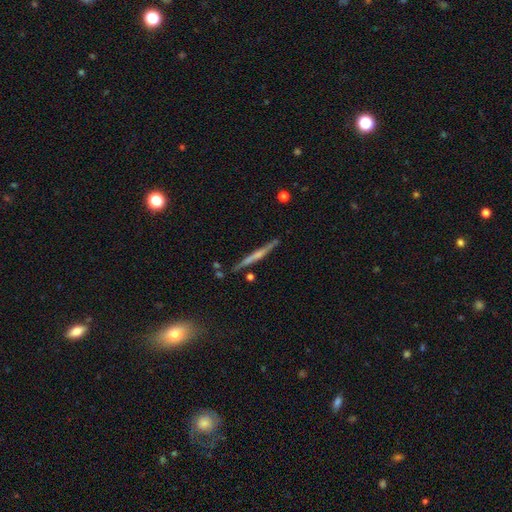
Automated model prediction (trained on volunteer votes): This appears to be a featured or disk galaxy (62%) viewed edge-on (97%) with no central bulge (52%). Merging: none (85%).